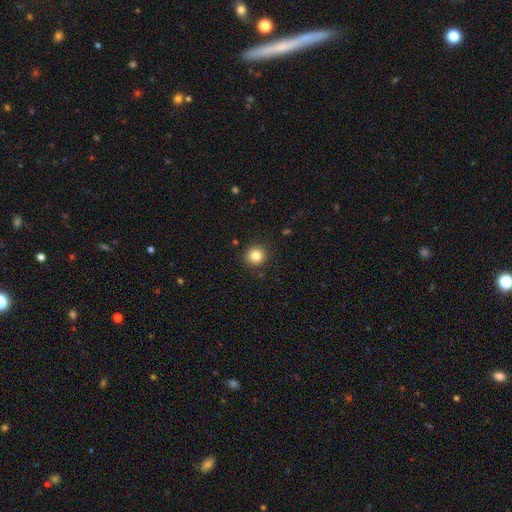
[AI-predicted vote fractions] Morphology: type=smooth (84%); roundness=round (92%); merging=none (91%).